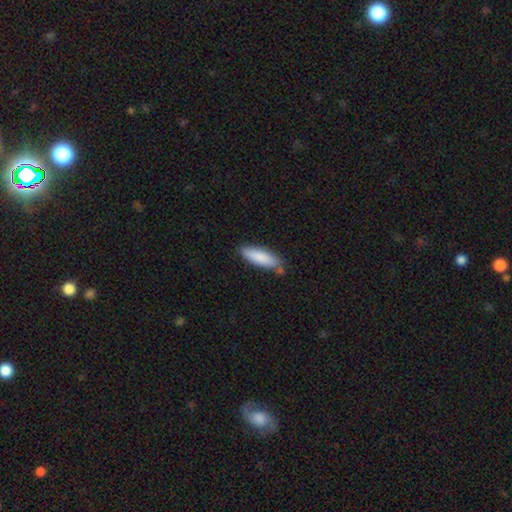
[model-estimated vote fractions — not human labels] Morphology: type=smooth (84%); roundness=cigar-shaped (59%); merging=none (80%).